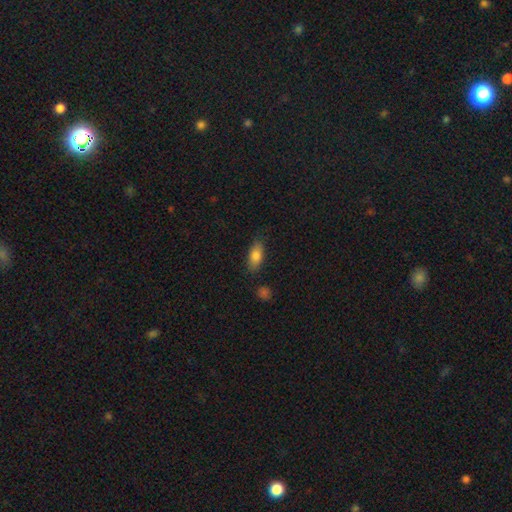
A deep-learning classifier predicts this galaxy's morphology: This appears to be a smooth galaxy with no disk features (80%) that is in between round and cigar-shaped (85%). Merging: none (82%).